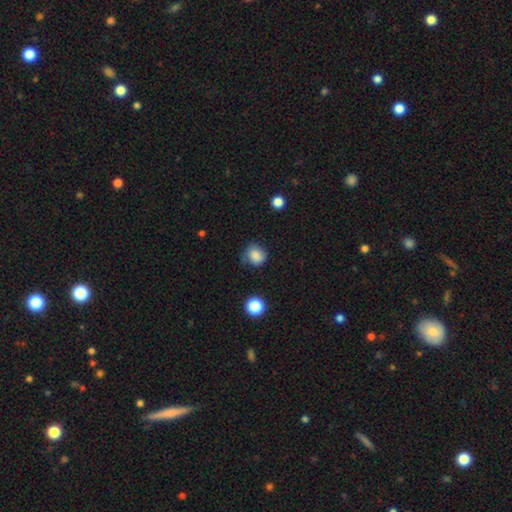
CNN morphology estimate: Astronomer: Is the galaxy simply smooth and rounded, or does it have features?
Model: smooth — 82%.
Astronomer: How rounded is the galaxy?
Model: round — 74%.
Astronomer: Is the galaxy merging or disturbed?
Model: none — 63%.